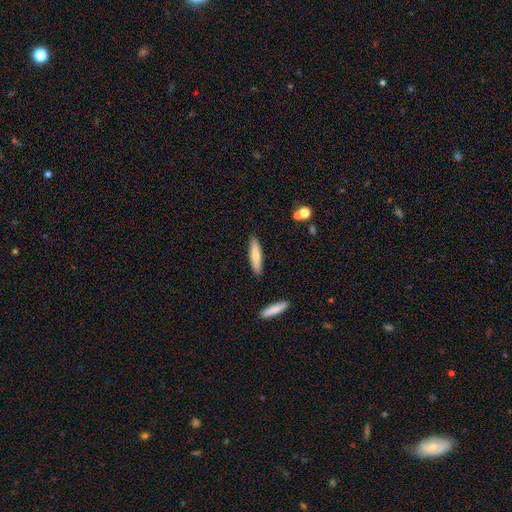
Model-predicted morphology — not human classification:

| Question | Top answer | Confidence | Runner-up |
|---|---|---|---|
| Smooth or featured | smooth | 72% | featured or disk (23%) |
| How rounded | cigar-shaped | 82% | in between (17%) |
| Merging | none | 88% | minor disturbance (8%) |